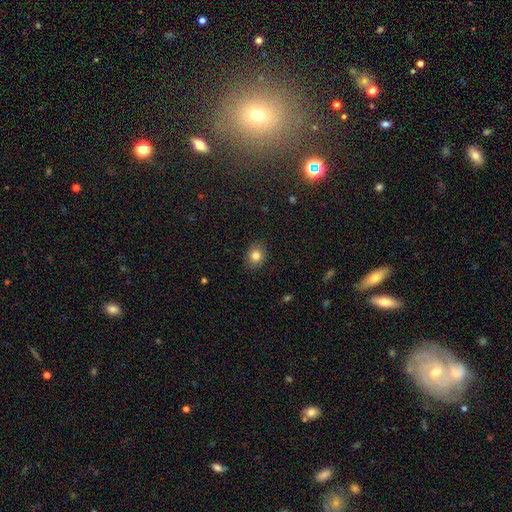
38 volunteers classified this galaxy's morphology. smooth-or-featured: smooth: 95% | featured or disk: 3% | star or artifact: 3%
  how-rounded: round: 56% | in between: 42% | cigar-shaped: 3%
  merging: none: 81% | minor disturbance: 14% | major disturbance: 5% | merger: 0%